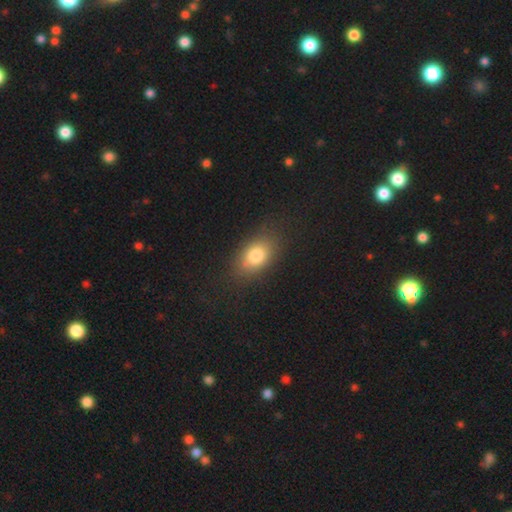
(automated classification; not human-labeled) Q: Smooth or featured?
A: smooth (79%); runner-up: featured or disk (11%)
Q: How rounded?
A: in between (80%); runner-up: round (17%)
Q: Merging?
A: none (81%); runner-up: minor disturbance (13%)